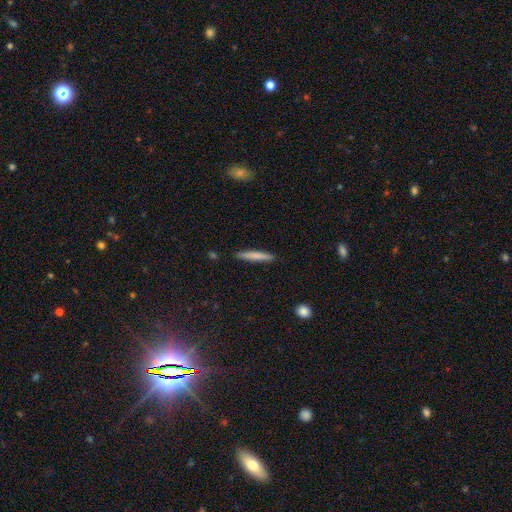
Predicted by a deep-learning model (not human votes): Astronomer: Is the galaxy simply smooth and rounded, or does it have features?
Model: smooth — 76%.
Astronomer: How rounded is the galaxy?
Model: cigar-shaped — 94%.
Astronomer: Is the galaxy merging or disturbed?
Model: none — 89%.